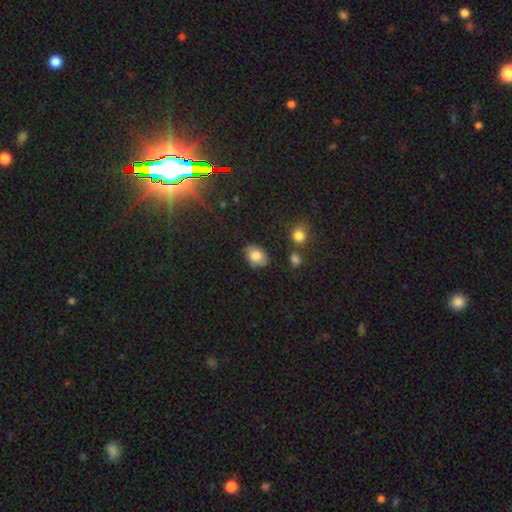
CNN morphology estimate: Q: Smooth or featured?
A: smooth (81%); runner-up: featured or disk (11%)
Q: How rounded?
A: in between (77%); runner-up: round (22%)
Q: Merging?
A: none (76%); runner-up: minor disturbance (17%)